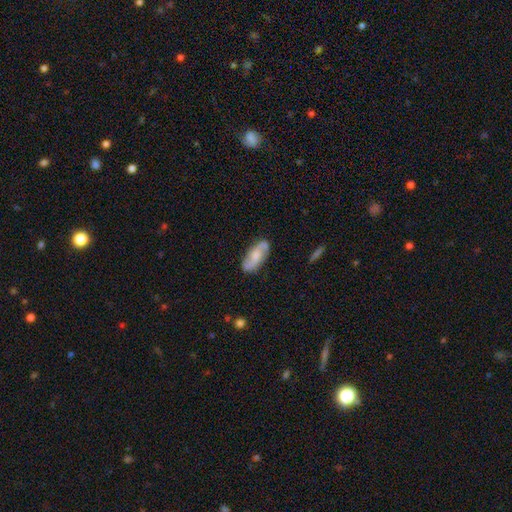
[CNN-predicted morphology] This appears to be a featured or disk galaxy (60%) with no bar (54%), 2 (88%) medium (43%) spiral arms (91%) and a moderate central bulge (37%). Merging: none (80%).